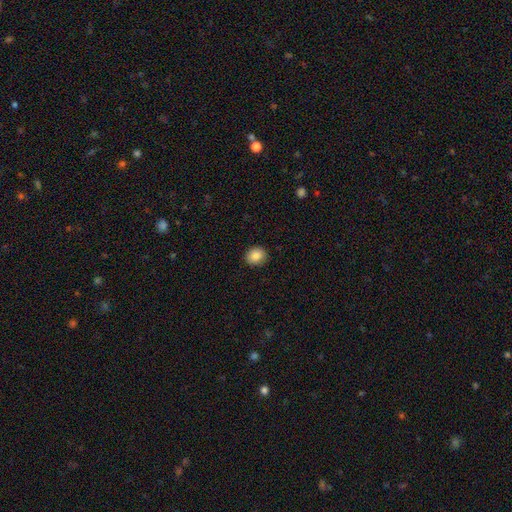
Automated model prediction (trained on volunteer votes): smooth 87%, star or artifact 9%, featured or disk 5%. Down the decision tree: how rounded — round (67%); merging — none (90%).